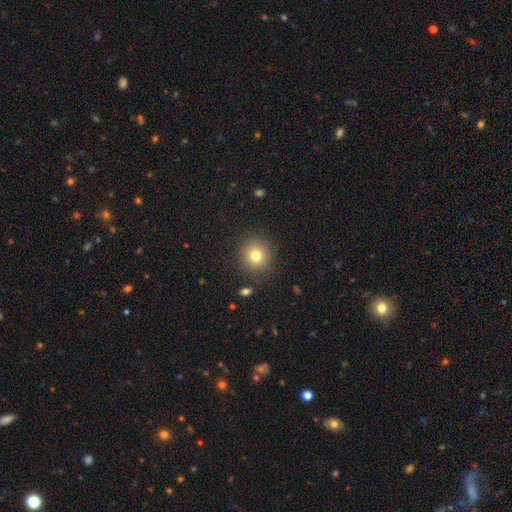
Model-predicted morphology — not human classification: Smooth or featured? smooth (79%)
How rounded? round (89%)
Merging? none (88%)